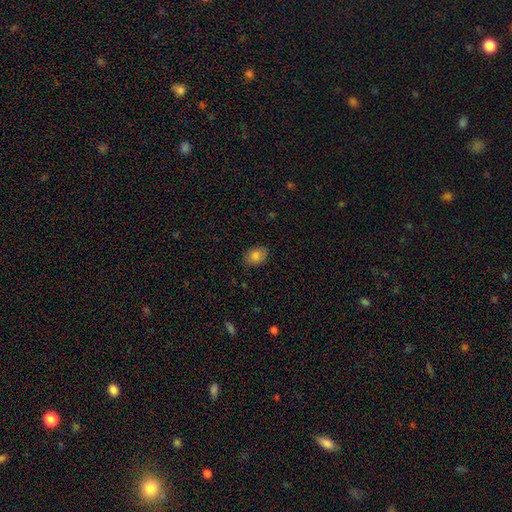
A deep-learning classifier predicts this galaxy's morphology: Smooth or featured? smooth (83%)
How rounded? in between (78%)
Merging? none (84%)